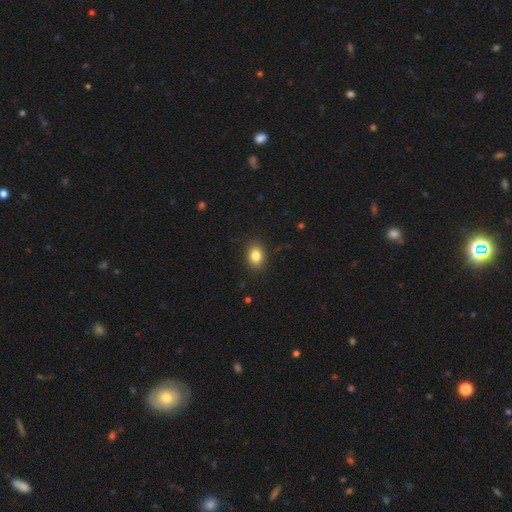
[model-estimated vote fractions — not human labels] A smooth galaxy with no disk features (84%) that is in between round and cigar-shaped (70%).

Vote fractions:
- Smooth or featured? smooth: 84% / star or artifact: 10% / featured or disk: 7%
- How rounded? in between: 70% / round: 29% / cigar-shaped: 1%
- Merging? none: 88% / minor disturbance: 9% / major disturbance: 2% / merger: 1%